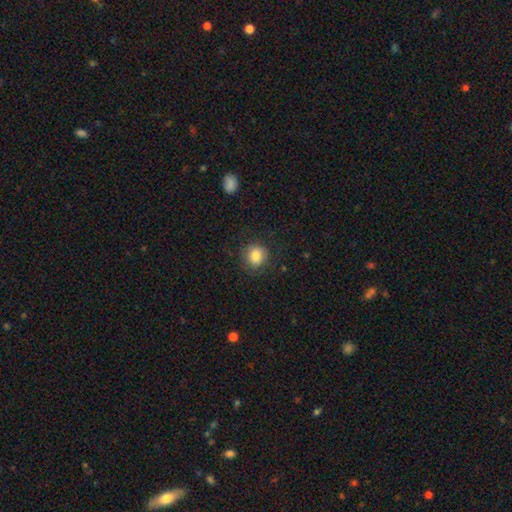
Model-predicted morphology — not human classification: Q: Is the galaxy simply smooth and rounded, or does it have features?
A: smooth — 83%.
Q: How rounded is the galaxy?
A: round — 81%.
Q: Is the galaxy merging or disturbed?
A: none — 79%.